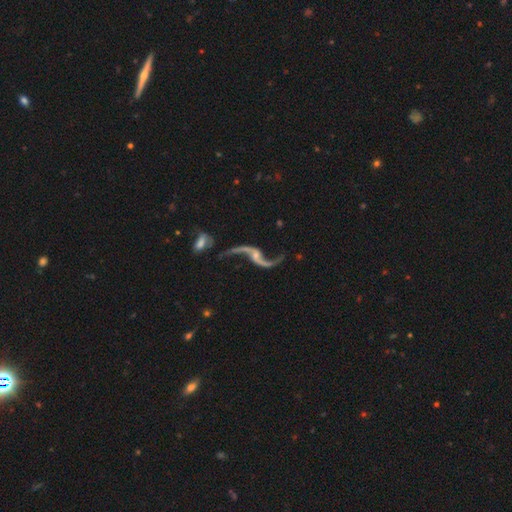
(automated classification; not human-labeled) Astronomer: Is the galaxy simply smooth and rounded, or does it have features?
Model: featured or disk — 91%.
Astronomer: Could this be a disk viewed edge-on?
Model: no — 95%.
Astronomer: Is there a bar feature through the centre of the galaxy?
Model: no — 53% (runner-up: weak, 32%).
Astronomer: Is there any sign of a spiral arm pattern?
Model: yes — 96%.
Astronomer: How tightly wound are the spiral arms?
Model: loose — 94%.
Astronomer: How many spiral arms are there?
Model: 2 — 93%.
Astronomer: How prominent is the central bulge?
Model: small — 60%.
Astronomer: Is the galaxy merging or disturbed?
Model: none — 60%.